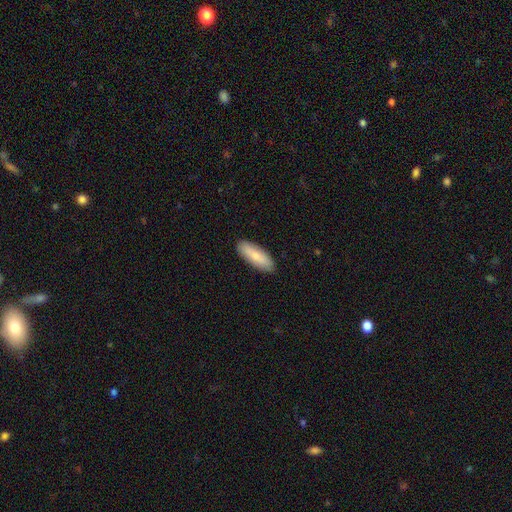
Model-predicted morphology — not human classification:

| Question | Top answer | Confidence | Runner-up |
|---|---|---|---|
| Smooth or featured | smooth | 80% | featured or disk (14%) |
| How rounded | in between | 62% | cigar-shaped (36%) |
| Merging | none | 89% | minor disturbance (8%) |